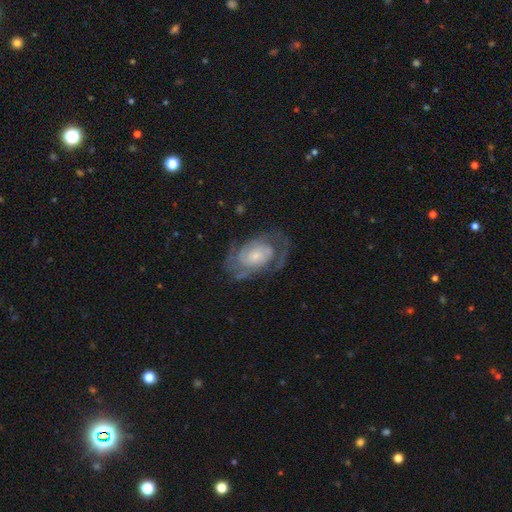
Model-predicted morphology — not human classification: type=featured or disk (80%); edge-on=no (97%); bar=no (72%); spiral arms=yes (90%); winding=tight (55%); arm count=2 (49%); bulge=small (53%); merging=none (65%).